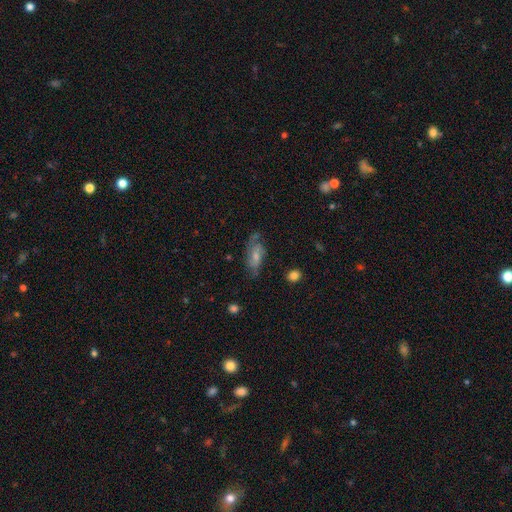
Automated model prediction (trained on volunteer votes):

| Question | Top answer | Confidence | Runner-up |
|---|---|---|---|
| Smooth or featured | featured or disk | 53% | smooth (39%) |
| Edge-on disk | no | 89% | yes (11%) |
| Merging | none | 60% | minor disturbance (25%) |